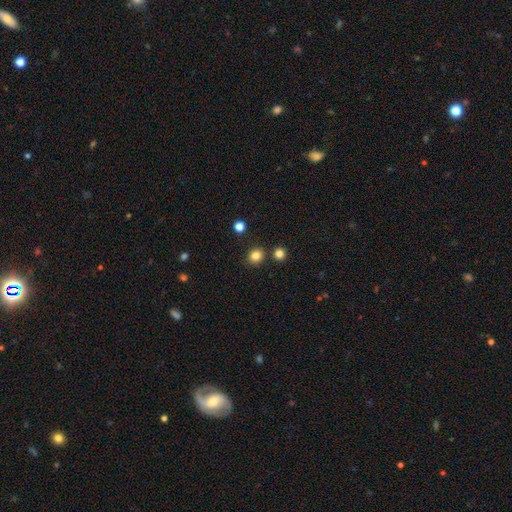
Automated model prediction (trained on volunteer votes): This appears to be a smooth galaxy with no disk features (83%) that is round (82%). Merging: none (85%).